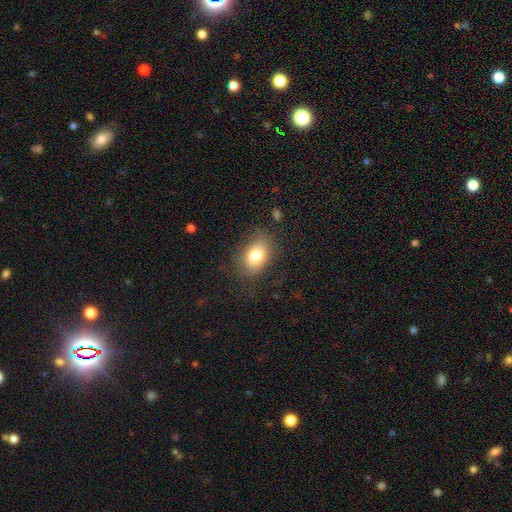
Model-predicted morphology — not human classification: Overall: smooth (78%). How rounded: in between (77%). Merging: none (74%).